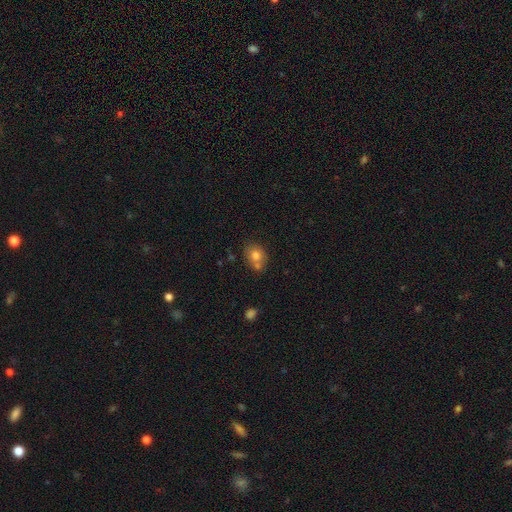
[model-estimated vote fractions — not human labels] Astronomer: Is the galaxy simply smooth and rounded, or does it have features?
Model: smooth — 77%.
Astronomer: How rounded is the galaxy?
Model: round — 55% (runner-up: in between, 44%).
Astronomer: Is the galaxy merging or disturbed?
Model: none — 55%.